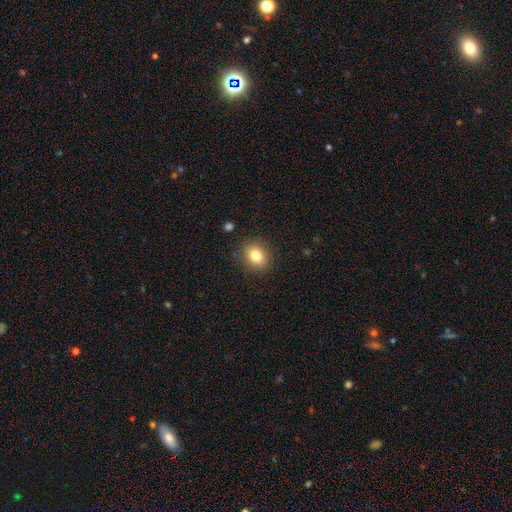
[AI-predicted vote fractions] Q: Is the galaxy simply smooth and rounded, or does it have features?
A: smooth — 81%.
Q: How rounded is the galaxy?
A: round — 57%.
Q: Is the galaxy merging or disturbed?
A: none — 88%.